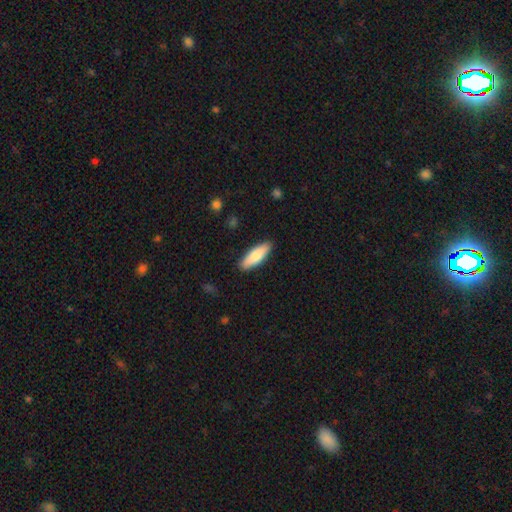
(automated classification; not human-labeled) Smooth or featured? smooth (79%)
How rounded? in between (52%)
Merging? none (88%)